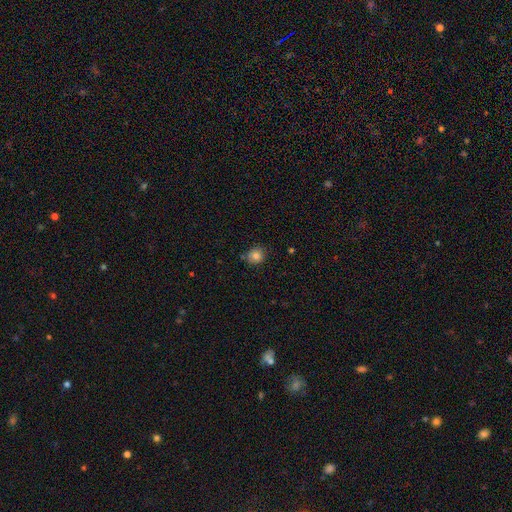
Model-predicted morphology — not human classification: A smooth galaxy with no disk features (83%) that is round (86%). Merging: none (80%).